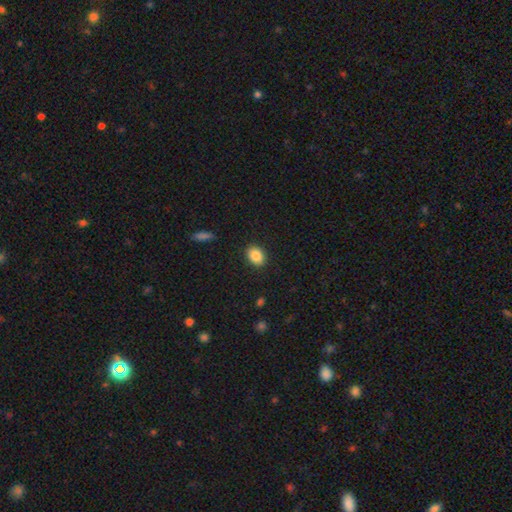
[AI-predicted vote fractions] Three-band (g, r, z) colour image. It shows a smooth galaxy with no disk features (87%) that is in between round and cigar-shaped (73%). Merging: none (89%).